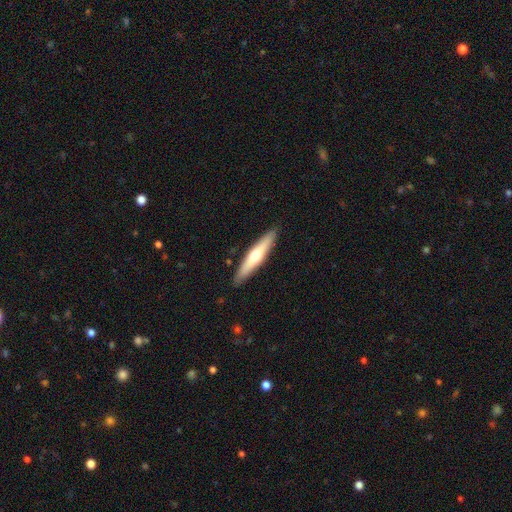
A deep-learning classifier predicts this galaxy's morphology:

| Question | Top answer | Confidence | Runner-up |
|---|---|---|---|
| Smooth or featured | featured or disk | 48% | smooth (47%) |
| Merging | none | 90% | minor disturbance (7%) |